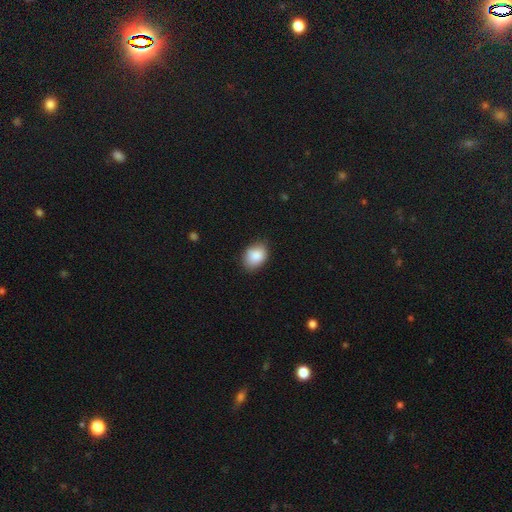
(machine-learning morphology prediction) Smooth or featured?
  - smooth: 88% *
  - star or artifact: 7%
  - featured or disk: 5%
How rounded?
  - in between: 77% *
  - round: 22%
  - cigar-shaped: 1%
Merging?
  - none: 79% *
  - minor disturbance: 17%
  - major disturbance: 3%
  - merger: 1%